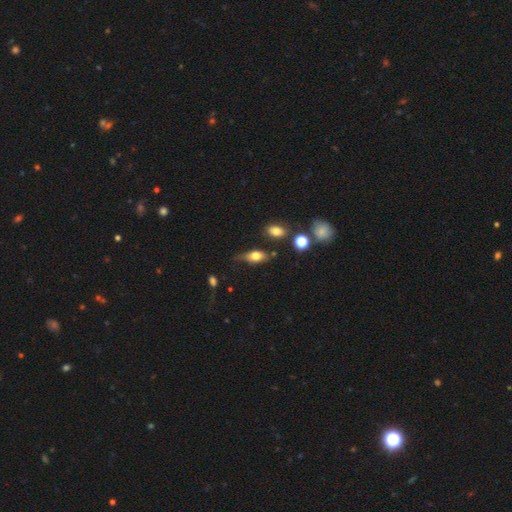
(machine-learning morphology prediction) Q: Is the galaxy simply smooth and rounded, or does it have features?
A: smooth — 70%.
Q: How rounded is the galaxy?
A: in between — 81%.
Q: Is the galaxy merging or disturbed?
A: none — 54%.